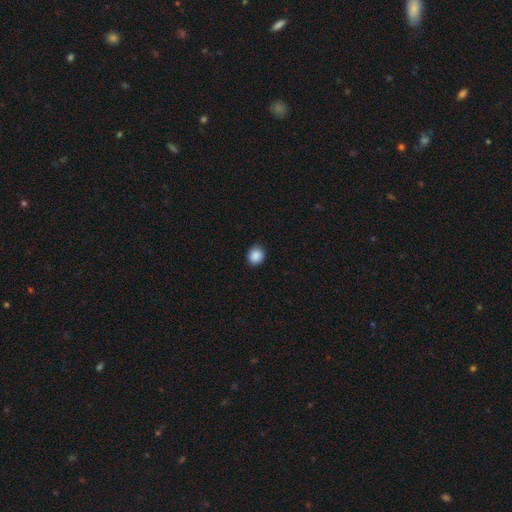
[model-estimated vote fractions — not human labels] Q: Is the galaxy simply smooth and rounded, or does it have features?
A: smooth — 89%.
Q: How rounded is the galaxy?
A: round — 74%.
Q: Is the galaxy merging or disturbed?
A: none — 88%.